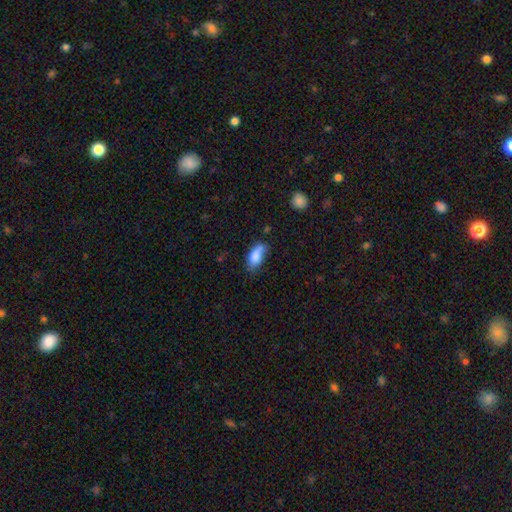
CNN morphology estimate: A smooth galaxy with no disk features (81%) that is in between round and cigar-shaped (87%).

Vote fractions:
- Smooth or featured? smooth: 81% / featured or disk: 11% / star or artifact: 8%
- How rounded? in between: 87% / cigar-shaped: 10% / round: 4%
- Merging? none: 45% / minor disturbance: 35% / major disturbance: 13% / merger: 7%